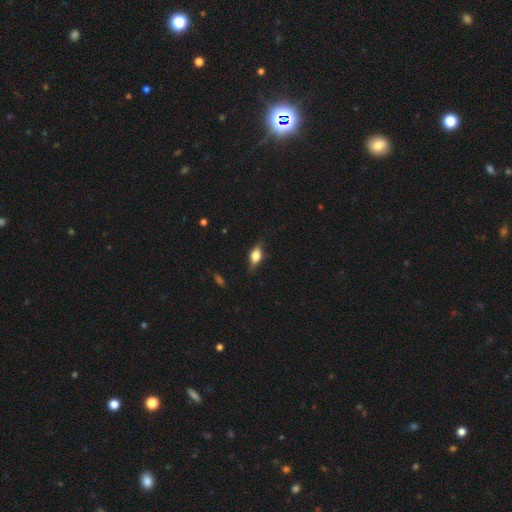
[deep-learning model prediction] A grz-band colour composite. It shows a smooth galaxy with no disk features (63%) that is in between round and cigar-shaped (77%). Merging: none (74%).